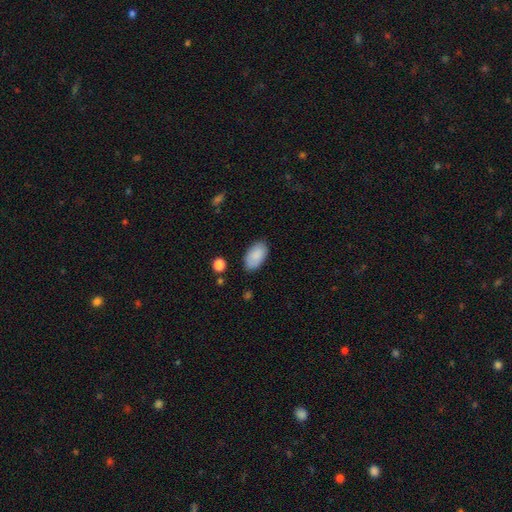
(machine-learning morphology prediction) A smooth galaxy with no disk features (87%) that is in between round and cigar-shaped (95%). Merging: none (84%).